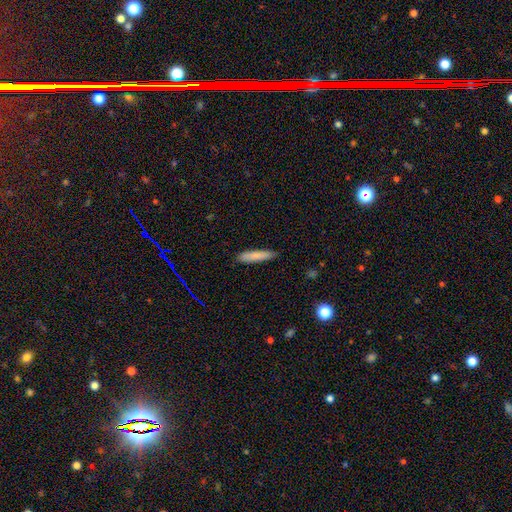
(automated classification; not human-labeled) smooth-or-featured: smooth: 82% | featured or disk: 11% | star or artifact: 6%
  how-rounded: cigar-shaped: 85% | in between: 14% | round: 1%
  merging: none: 85% | minor disturbance: 12% | major disturbance: 2% | merger: 1%